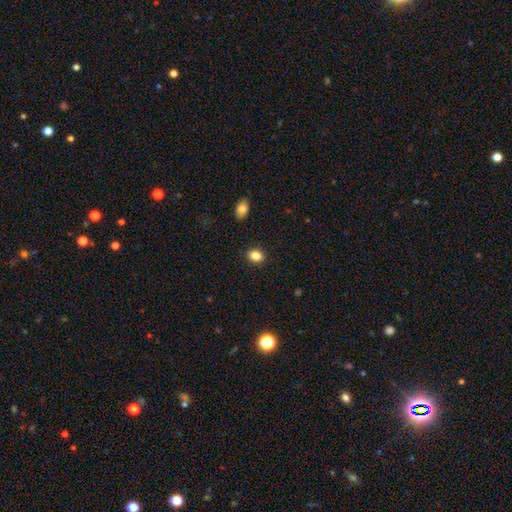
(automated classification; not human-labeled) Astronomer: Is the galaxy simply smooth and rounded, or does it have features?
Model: smooth — 85%.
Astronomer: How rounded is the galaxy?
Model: in between — 63%.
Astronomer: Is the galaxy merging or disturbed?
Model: none — 89%.